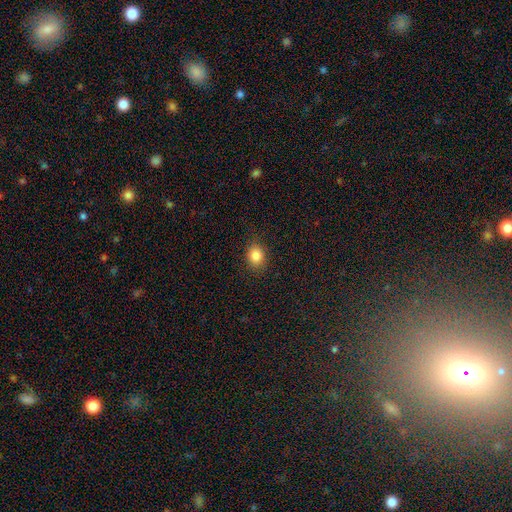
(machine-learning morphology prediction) Smooth or featured: smooth — 85% (star or artifact — 10%)
How rounded: round — 59% (in between — 40%)
Merging: none — 86% (minor disturbance — 10%)